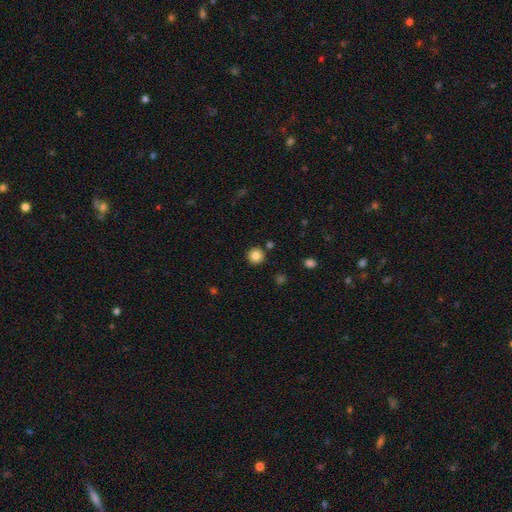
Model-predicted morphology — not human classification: A smooth galaxy with no disk features (84%) that is round (94%).

Vote fractions:
- Smooth or featured? smooth: 84% / star or artifact: 11% / featured or disk: 5%
- How rounded? round: 94% / in between: 5% / cigar-shaped: 1%
- Merging? none: 88% / minor disturbance: 6% / merger: 4% / major disturbance: 2%